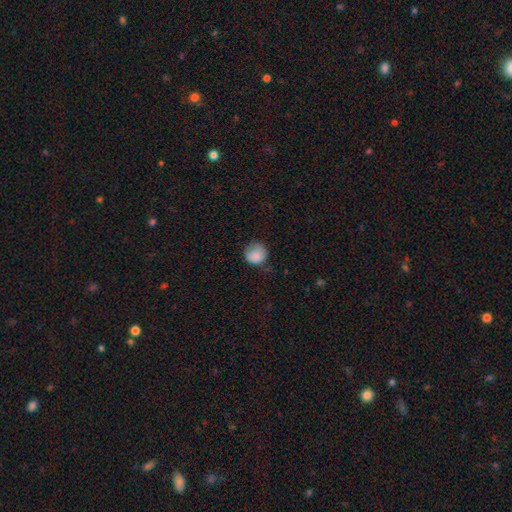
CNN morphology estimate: smooth_or_featured: smooth (p=0.85) [alt: star or artifact p=0.08]
how_rounded: round (p=0.85) [alt: in between p=0.14]
merging: none (p=0.59) [alt: minor disturbance p=0.30]